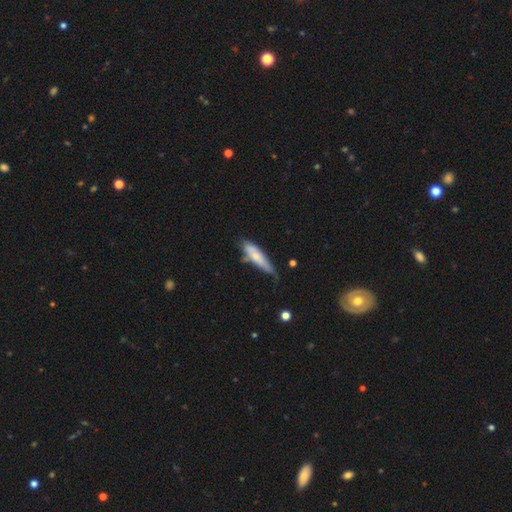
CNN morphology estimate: smooth 64%, featured or disk 30%, star or artifact 6%. Down the decision tree: how rounded — cigar-shaped (65%); merging — none (42%).